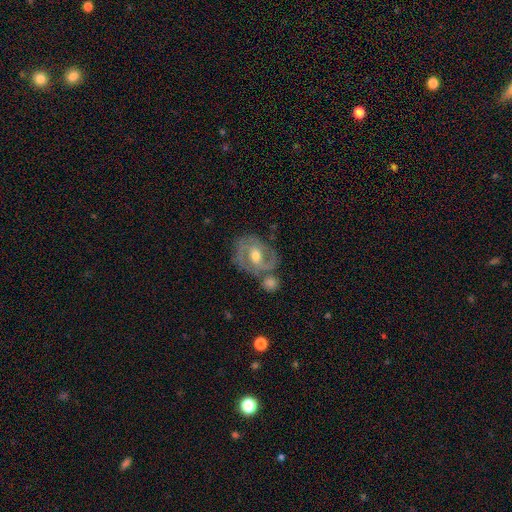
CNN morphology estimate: A featured or disk galaxy (82%) with a weak bar (47%), 2 (76%) medium (45%) spiral arms (89%) and a moderate central bulge (72%).

Vote fractions:
- Smooth or featured? featured or disk: 82% / smooth: 13% / star or artifact: 6%
- Edge-on disk? no: 97% / yes: 3%
- Bar? weak: 47% / no: 32% / strong: 21%
- Spiral arms? yes: 89% / no: 11%
- Spiral winding? medium: 45% / tight: 43% / loose: 12%
- Spiral arm count? 2: 76% / can't tell: 10% / 3: 7% / 1: 4% / 4: 2% / more than 4: 1%
- Bulge size? moderate: 72% / small: 22% / large: 4% / none: 1% / dominant: 1%
- Merging? none: 61% / minor disturbance: 17% / merger: 14% / major disturbance: 7%